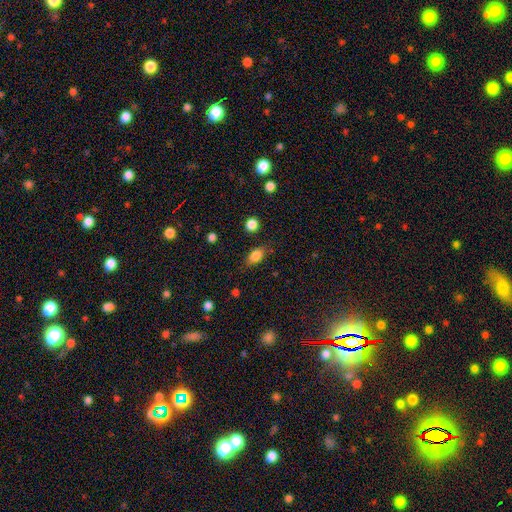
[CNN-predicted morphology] Smooth or featured? smooth (82%)
How rounded? in between (81%)
Merging? none (79%)